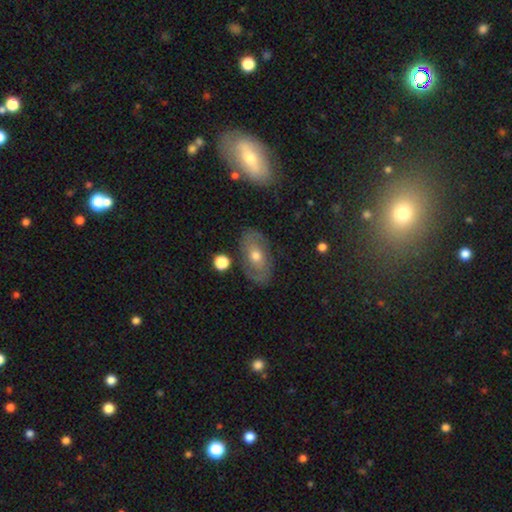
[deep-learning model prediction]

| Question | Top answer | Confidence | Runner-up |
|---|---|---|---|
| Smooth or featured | featured or disk | 55% | smooth (34%) |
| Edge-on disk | no | 90% | yes (10%) |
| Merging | none | 79% | minor disturbance (14%) |